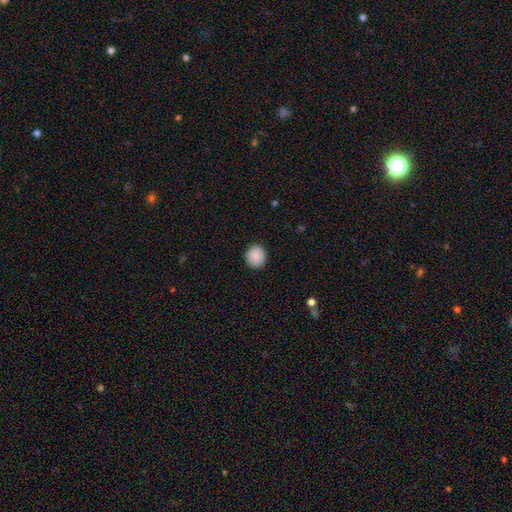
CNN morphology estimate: smooth 89%, star or artifact 8%, featured or disk 3%. Down the decision tree: how rounded — round (88%); merging — none (92%).